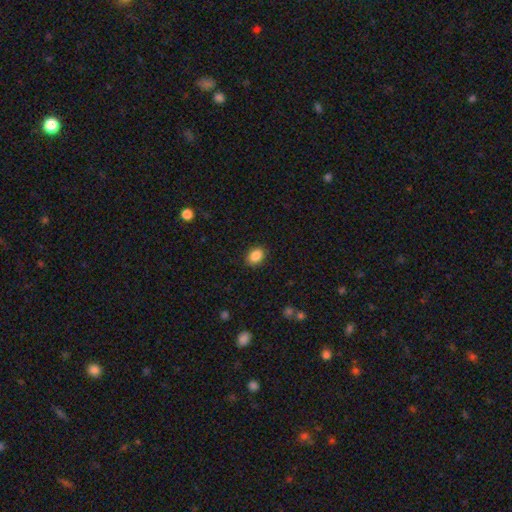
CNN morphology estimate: Smooth or featured: smooth — 88% (star or artifact — 9%)
How rounded: in between — 72% (round — 27%)
Merging: none — 89% (minor disturbance — 8%)